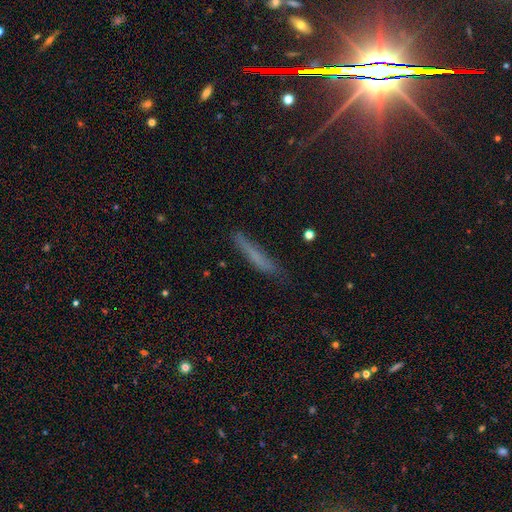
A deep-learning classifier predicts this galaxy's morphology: Q: Smooth or featured?
A: smooth (63%); runner-up: featured or disk (25%)
Q: How rounded?
A: cigar-shaped (93%); runner-up: in between (5%)
Q: Merging?
A: none (79%); runner-up: minor disturbance (16%)